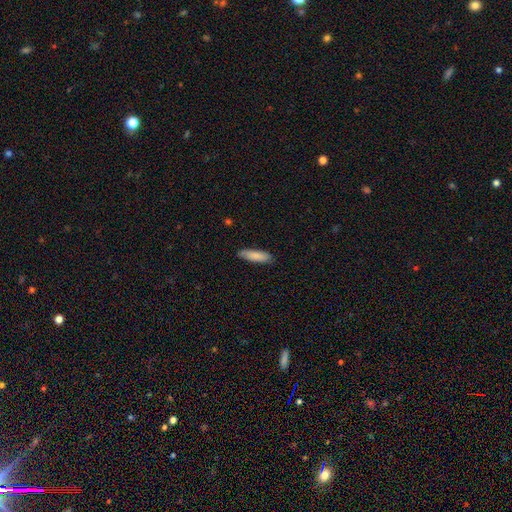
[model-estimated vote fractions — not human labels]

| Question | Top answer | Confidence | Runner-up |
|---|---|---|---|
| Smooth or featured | smooth | 86% | featured or disk (8%) |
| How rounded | cigar-shaped | 62% | in between (36%) |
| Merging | none | 84% | minor disturbance (13%) |